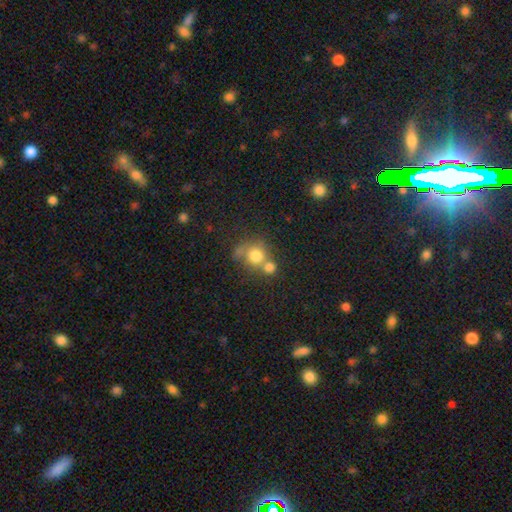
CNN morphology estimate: Smooth or featured? smooth (74%)
How rounded? round (84%)
Merging? merger (47%)